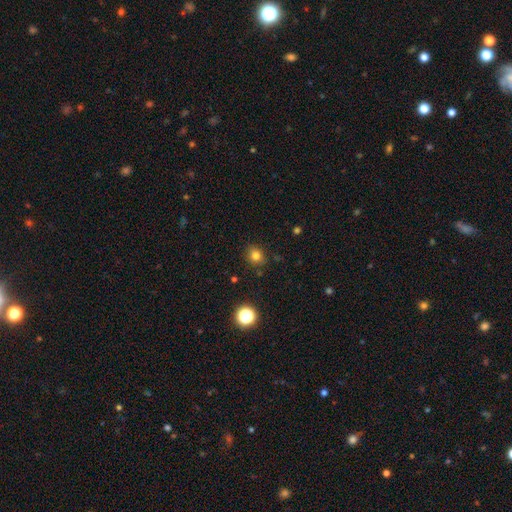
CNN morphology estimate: This is likely a smooth galaxy (79%). How rounded: likely round (71%). Merging: clearly none (84%).